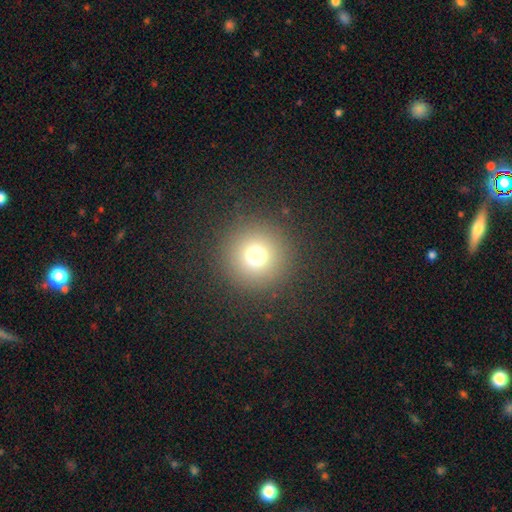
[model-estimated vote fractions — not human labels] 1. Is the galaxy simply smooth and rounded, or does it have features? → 72% smooth, 20% star or artifact, 8% featured or disk.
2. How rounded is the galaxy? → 97% round, 2% in between, 1% cigar-shaped.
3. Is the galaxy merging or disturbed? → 90% none, 5% minor disturbance, 4% major disturbance, 1% merger.